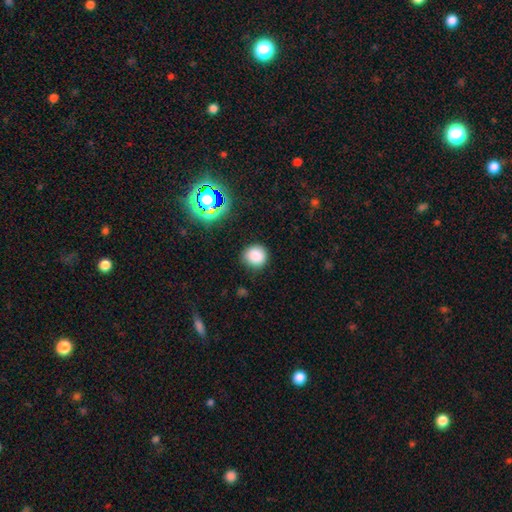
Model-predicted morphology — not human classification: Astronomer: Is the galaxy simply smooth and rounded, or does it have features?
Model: smooth — 83%.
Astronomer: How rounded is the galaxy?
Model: round — 90%.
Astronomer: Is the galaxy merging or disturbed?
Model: none — 86%.